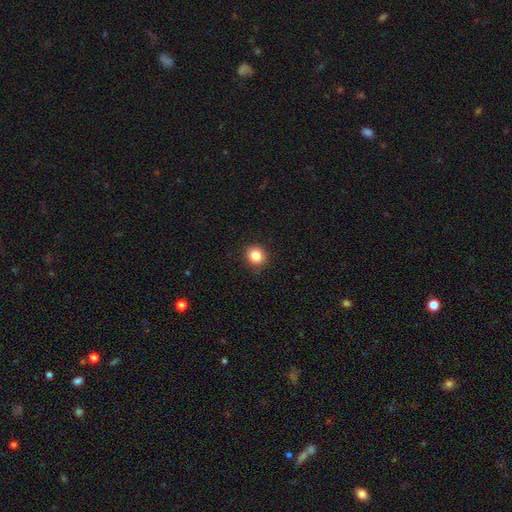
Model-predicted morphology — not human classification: smooth_or_featured: smooth (p=0.84) [alt: star or artifact p=0.11]
how_rounded: round (p=0.86) [alt: in between p=0.13]
merging: none (p=0.89) [alt: minor disturbance p=0.08]